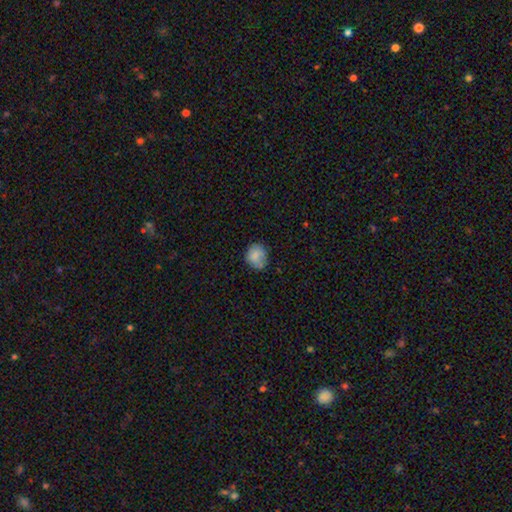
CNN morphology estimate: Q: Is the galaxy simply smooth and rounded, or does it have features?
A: smooth — 81%.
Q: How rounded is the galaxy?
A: round — 68%.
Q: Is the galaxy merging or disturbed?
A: none — 67%.